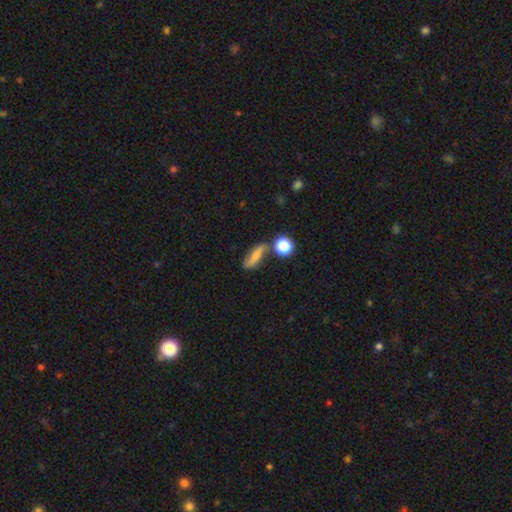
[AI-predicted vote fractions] Smooth or featured: smooth — 51% (featured or disk — 38%)
How rounded: cigar-shaped — 44% (in between — 43%)
Merging: none — 63% (minor disturbance — 19%)